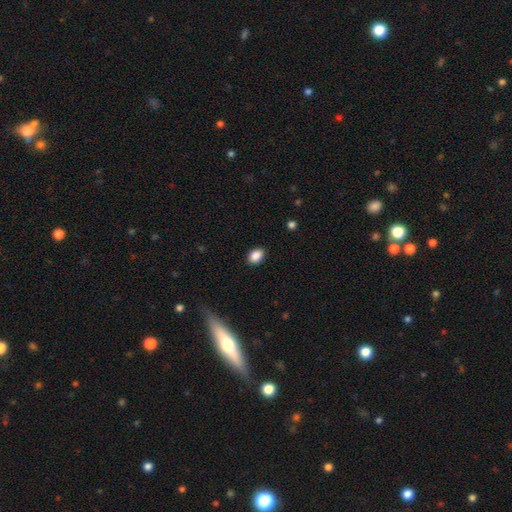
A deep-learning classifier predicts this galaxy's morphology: This appears to be a smooth galaxy with no disk features (89%) that is in between round and cigar-shaped (73%). Merging: none (88%).